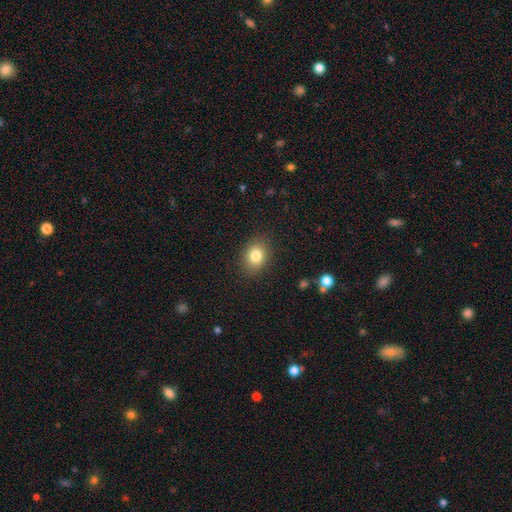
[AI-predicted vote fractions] Q: Smooth or featured?
A: smooth (81%); runner-up: star or artifact (11%)
Q: How rounded?
A: in between (51%); runner-up: round (48%)
Q: Merging?
A: none (87%); runner-up: minor disturbance (9%)